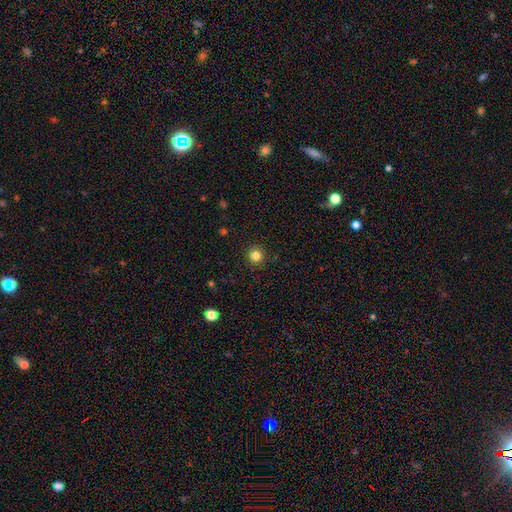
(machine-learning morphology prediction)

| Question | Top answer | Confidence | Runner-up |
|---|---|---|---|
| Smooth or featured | smooth | 83% | star or artifact (12%) |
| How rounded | round | 95% | in between (4%) |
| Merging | none | 92% | minor disturbance (5%) |